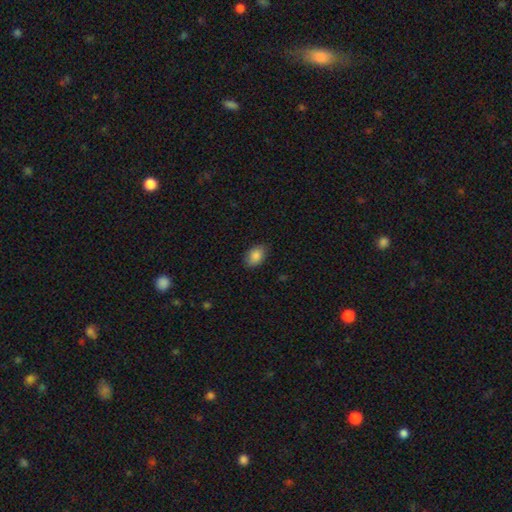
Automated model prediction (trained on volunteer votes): Smooth or featured: smooth — 87% (star or artifact — 8%)
How rounded: in between — 85% (round — 14%)
Merging: none — 84% (minor disturbance — 12%)